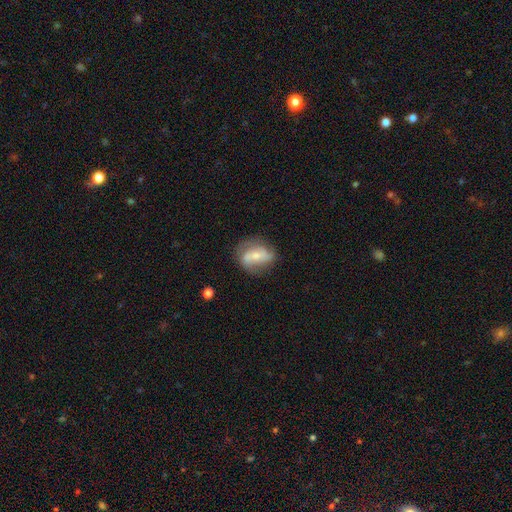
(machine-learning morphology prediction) Smooth or featured? Predicted: featured or disk (p=0.58). Edge-on disk? Predicted: no (p=0.96). Bar? Predicted: no (p=0.45). Spiral arms? Predicted: yes (p=0.81). Bulge size? Predicted: small (p=0.49). Merging? Predicted: none (p=0.58).